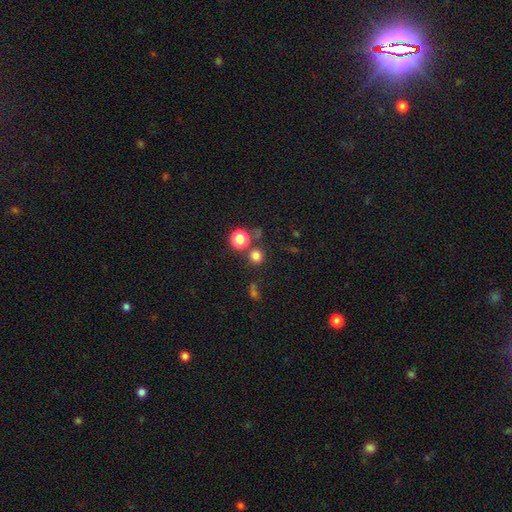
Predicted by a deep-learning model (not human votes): Morphology: type=smooth (75%); roundness=round (90%); merging=none (73%).